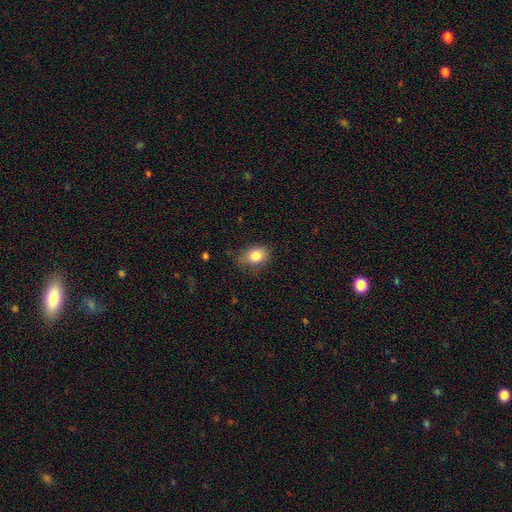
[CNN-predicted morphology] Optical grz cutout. It shows a smooth galaxy with no disk features (83%) that is in between round and cigar-shaped (69%). Merging: none (66%).